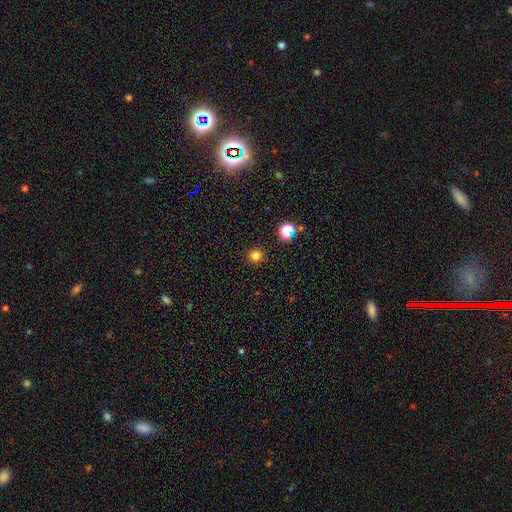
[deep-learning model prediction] smooth 79%, star or artifact 16%, featured or disk 5%. Down the decision tree: how rounded — round (92%); merging — none (91%).